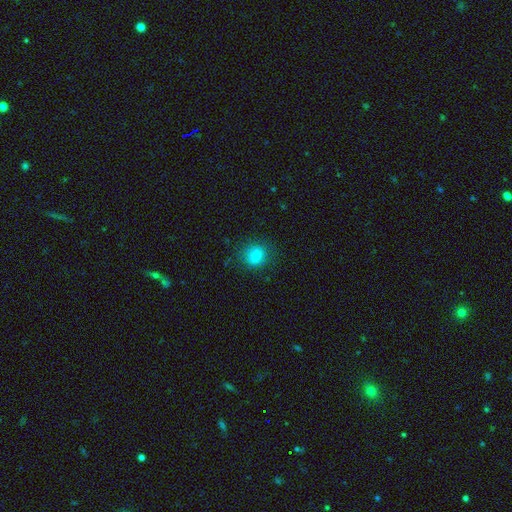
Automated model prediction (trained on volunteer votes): Q: Smooth or featured?
A: smooth (80%); runner-up: star or artifact (11%)
Q: How rounded?
A: in between (53%); runner-up: round (45%)
Q: Merging?
A: none (76%); runner-up: minor disturbance (15%)